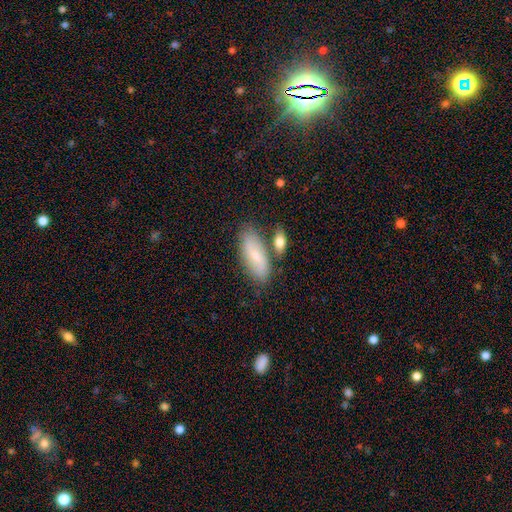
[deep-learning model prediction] This is likely a smooth galaxy (72%). How rounded: likely in between (77%). Merging: likely none (65%).